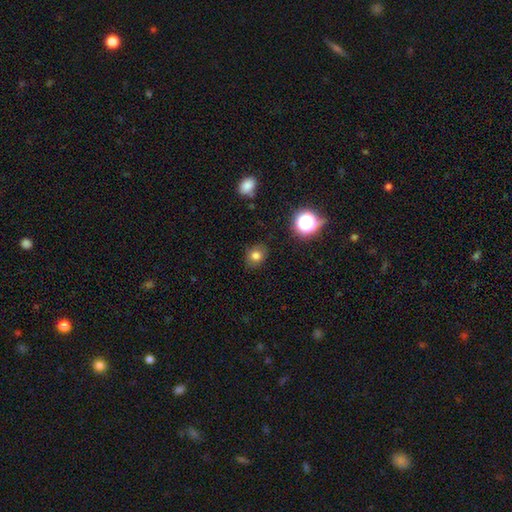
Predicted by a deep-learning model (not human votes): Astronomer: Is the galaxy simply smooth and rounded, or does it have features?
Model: smooth — 77%.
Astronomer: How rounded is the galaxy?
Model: round — 63%.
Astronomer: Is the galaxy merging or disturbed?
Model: none — 82%.